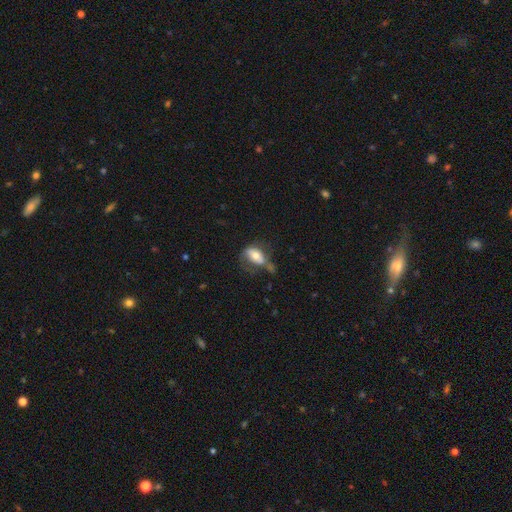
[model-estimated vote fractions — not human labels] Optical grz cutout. It shows a smooth galaxy with no disk features (63%) that is in between round and cigar-shaped (85%). Merging: none (30%, tied with major disturbance).